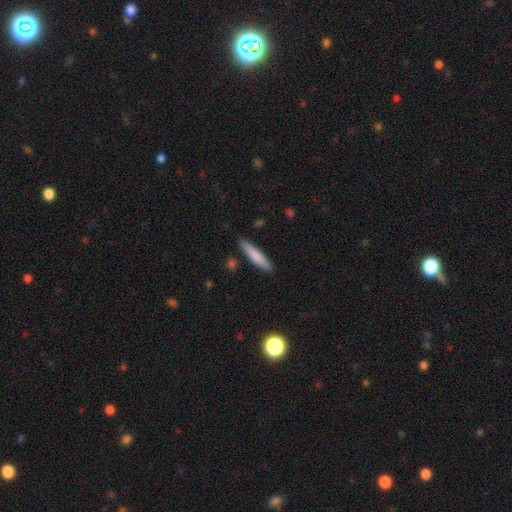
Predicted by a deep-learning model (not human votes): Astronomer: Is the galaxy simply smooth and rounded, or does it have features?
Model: smooth — 78%.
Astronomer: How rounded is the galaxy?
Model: cigar-shaped — 87%.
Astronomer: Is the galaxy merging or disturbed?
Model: none — 87%.